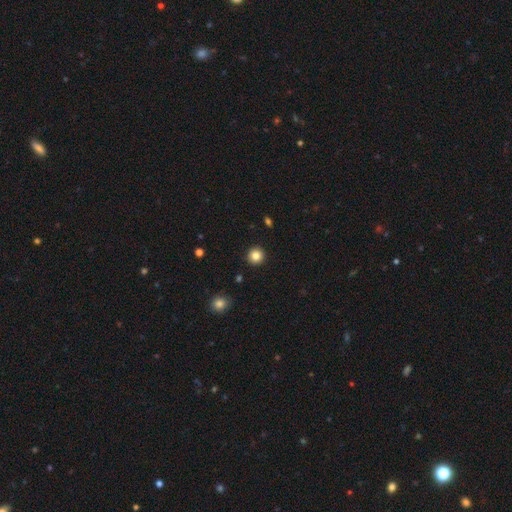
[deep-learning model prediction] Smooth or featured: smooth — 84% (star or artifact — 11%)
How rounded: round — 94% (in between — 5%)
Merging: none — 93% (minor disturbance — 4%)